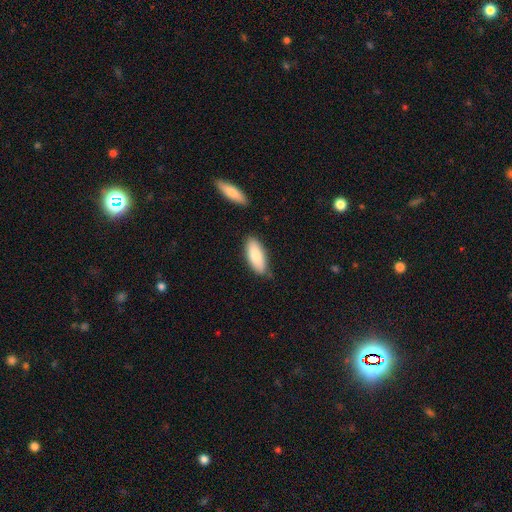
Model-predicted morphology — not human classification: This appears to be a smooth galaxy with no disk features (84%) that is in between round and cigar-shaped (79%). Merging: none (79%).